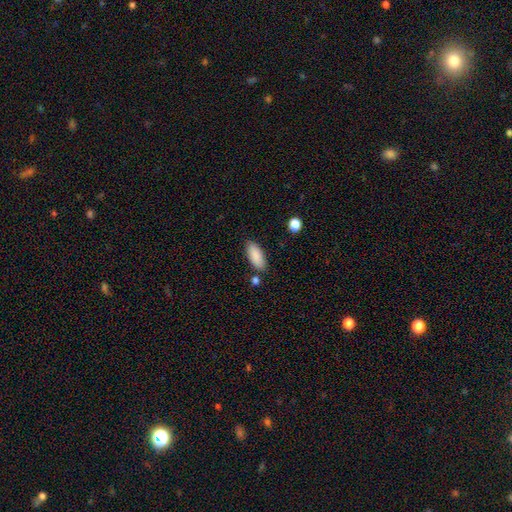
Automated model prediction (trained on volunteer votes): Smooth or featured: smooth — 89% (star or artifact — 6%)
How rounded: in between — 82% (cigar-shaped — 16%)
Merging: none — 82% (minor disturbance — 11%)